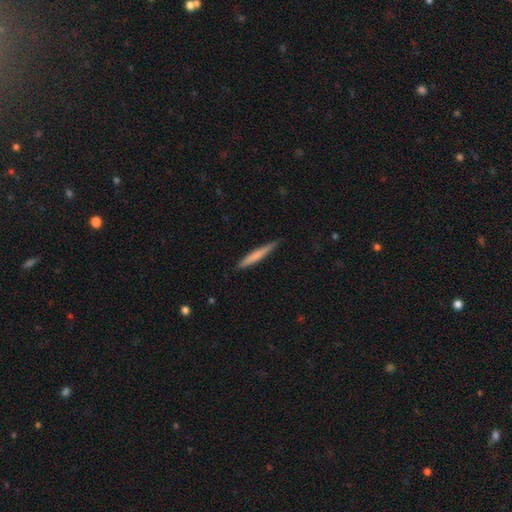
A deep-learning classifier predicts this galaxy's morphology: smooth 65%, featured or disk 30%, star or artifact 5%. Down the decision tree: how rounded — cigar-shaped (96%); merging — none (86%).